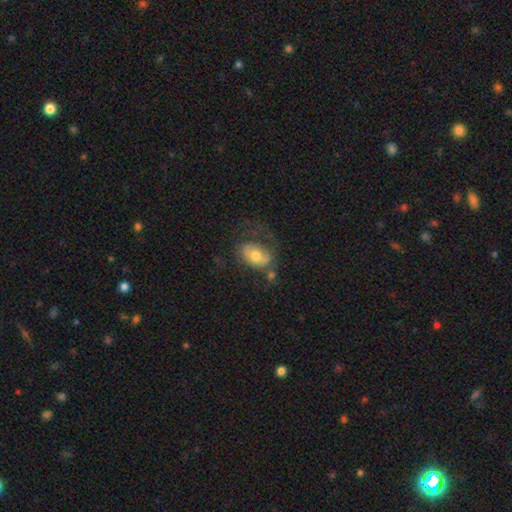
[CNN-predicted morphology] smooth_or_featured: smooth (p=0.58) [alt: featured or disk p=0.34]
how_rounded: in between (p=0.83) [alt: round p=0.15]
merging: none (p=0.45) [alt: minor disturbance p=0.24]